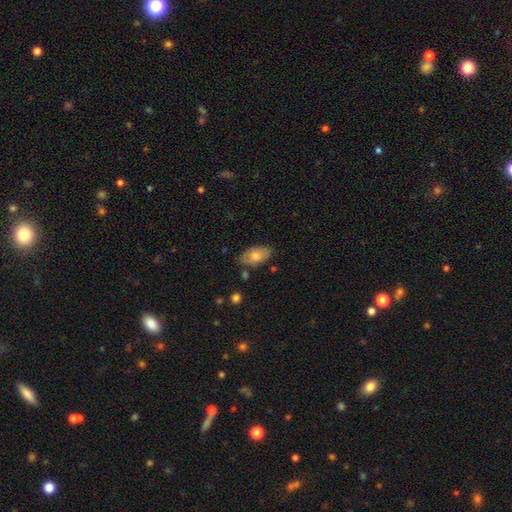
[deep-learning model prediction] smooth_or_featured: smooth (p=0.68) [alt: featured or disk p=0.25]
how_rounded: in between (p=0.93) [alt: round p=0.05]
merging: none (p=0.78) [alt: minor disturbance p=0.17]